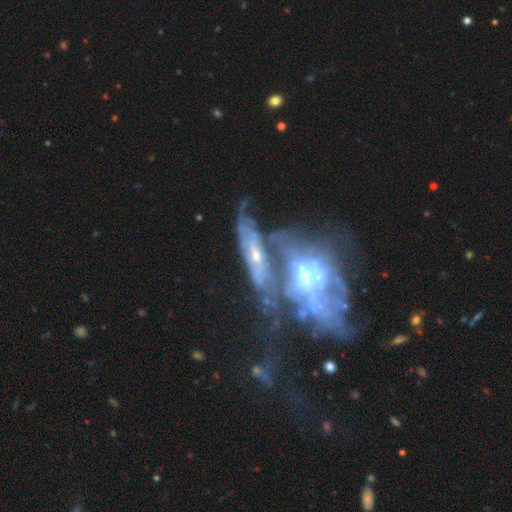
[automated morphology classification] Smooth or featured?
  - featured or disk: 69% *
  - smooth: 18%
  - star or artifact: 14%
Edge-on disk?
  - no: 83% *
  - yes: 17%
Bar?
  - no: 73% *
  - weak: 18%
  - strong: 8%
Spiral arms?
  - no: 58% *
  - yes: 42%
Bulge size?
  - moderate: 50% *
  - small: 35%
  - none: 7%
  - large: 6%
  - dominant: 2%
Merging?
  - merger: 63% *
  - major disturbance: 17%
  - none: 13%
  - minor disturbance: 8%